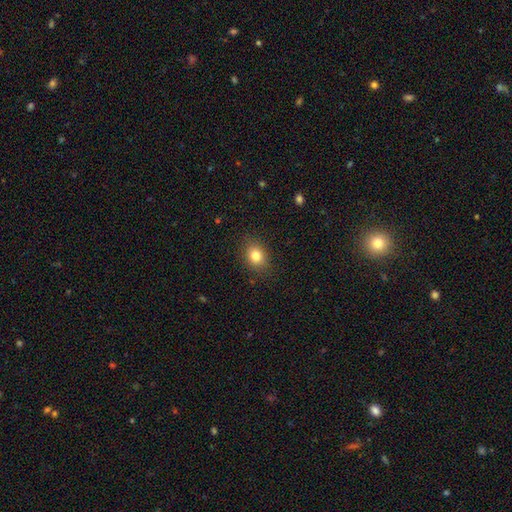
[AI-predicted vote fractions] A smooth galaxy with no disk features (81%) that is in between round and cigar-shaped (55%).

Vote fractions:
- Smooth or featured? smooth: 81% / star or artifact: 11% / featured or disk: 8%
- How rounded? in between: 55% / round: 44% / cigar-shaped: 1%
- Merging? none: 86% / minor disturbance: 10% / major disturbance: 3% / merger: 1%